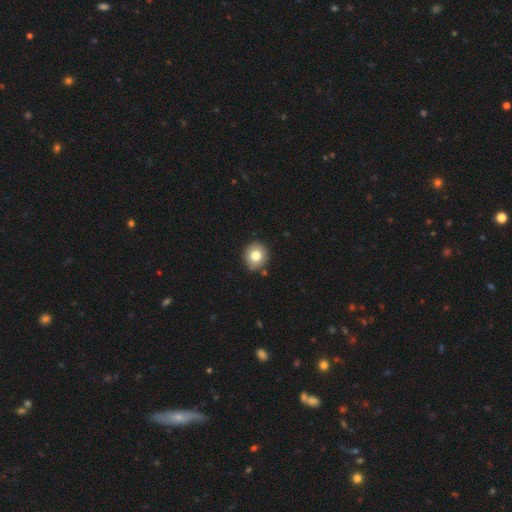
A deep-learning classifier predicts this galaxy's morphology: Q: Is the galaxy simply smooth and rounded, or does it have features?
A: smooth — 79%.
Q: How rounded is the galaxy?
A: round — 84%.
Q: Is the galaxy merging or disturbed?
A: none — 86%.